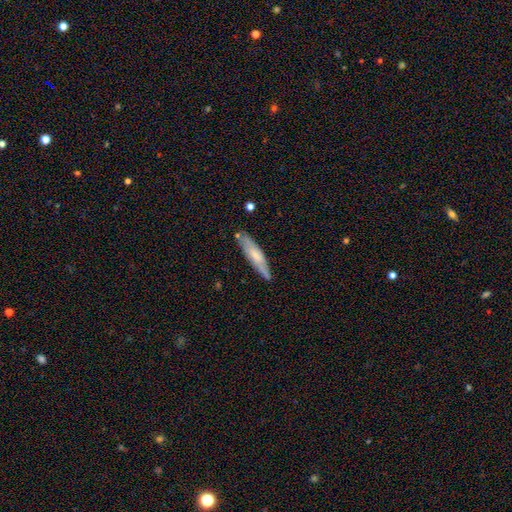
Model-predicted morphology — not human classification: Smooth or featured?
  - smooth: 53% *
  - featured or disk: 41%
  - star or artifact: 6%
How rounded?
  - cigar-shaped: 78% *
  - in between: 20%
  - round: 1%
Merging?
  - none: 77% *
  - minor disturbance: 17%
  - merger: 3%
  - major disturbance: 3%